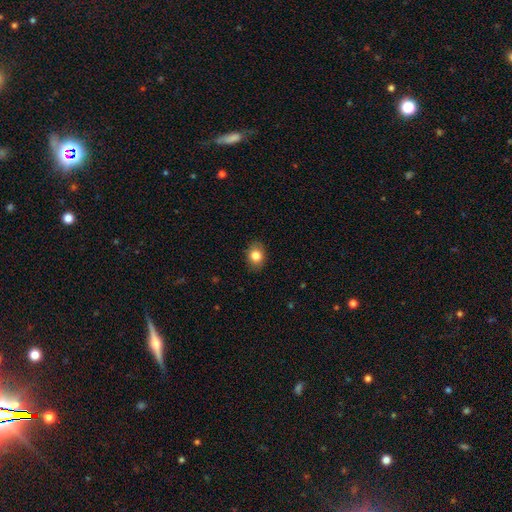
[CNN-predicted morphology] The model was most divided on "how rounded": in between: 59%, round: 40%, cigar-shaped: 1%. More confident: merging — none (86%); smooth or featured — smooth (82%).